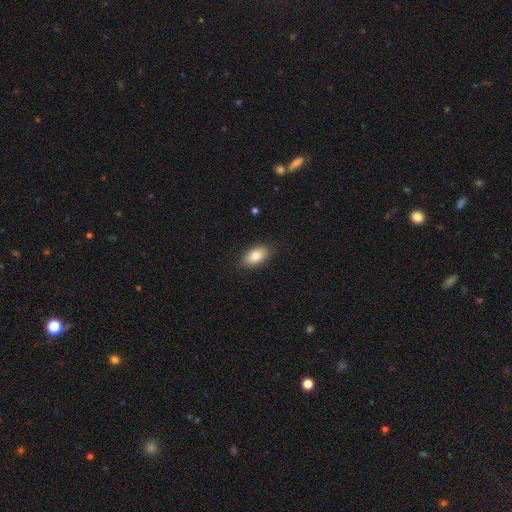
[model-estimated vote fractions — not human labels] This is clearly a smooth galaxy (85%). How rounded: clearly in between (92%). Merging: clearly none (87%).